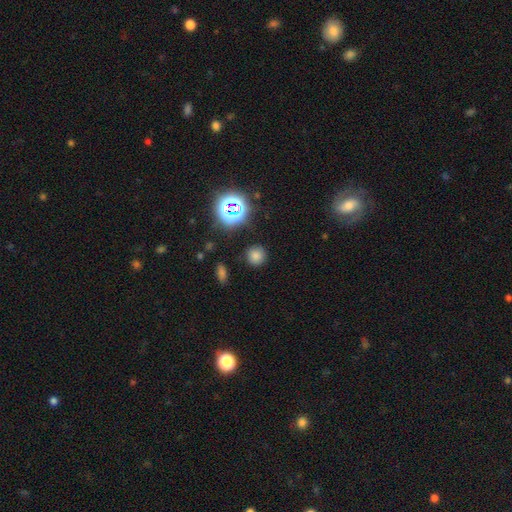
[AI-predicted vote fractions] smooth 73%, star or artifact 21%, featured or disk 6%. Down the decision tree: how rounded — round (91%); merging — none (86%).